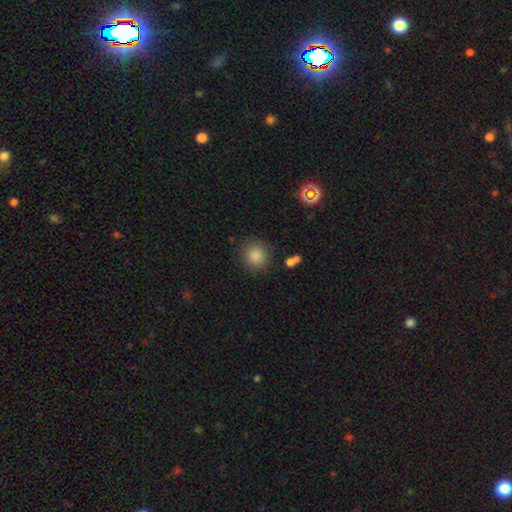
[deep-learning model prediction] The model was most divided on "how rounded": round: 84%, in between: 15%, cigar-shaped: 1%. More confident: smooth or featured — smooth (85%); merging — none (84%).